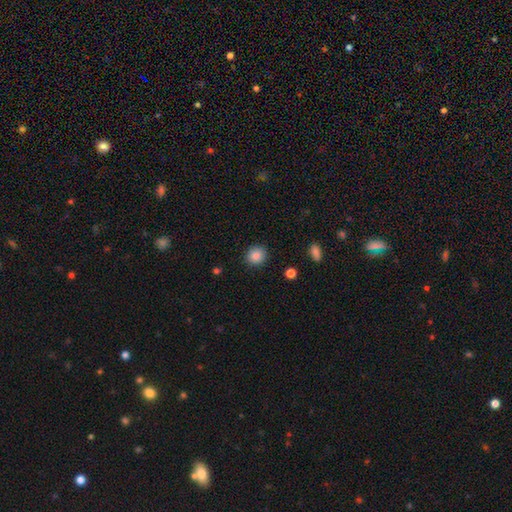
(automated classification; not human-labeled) This is clearly a smooth galaxy (85%). How rounded: clearly round (86%). Merging: clearly none (90%).